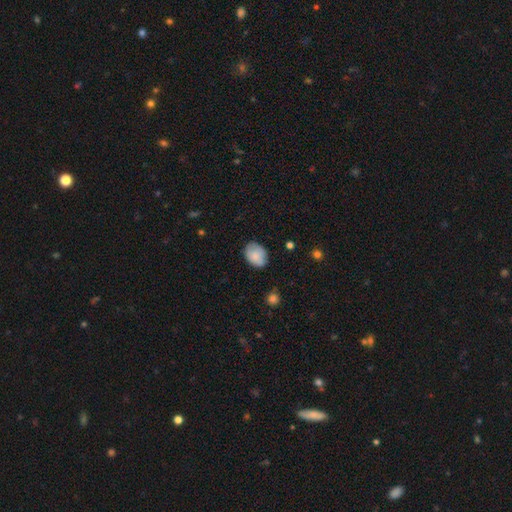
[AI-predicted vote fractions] Smooth or featured? Predicted: smooth (p=0.80). How rounded? Predicted: in between (p=0.70). Merging? Predicted: none (p=0.72).